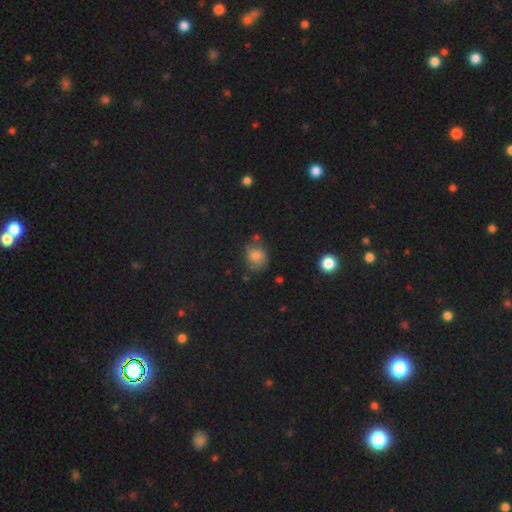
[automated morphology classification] A smooth galaxy with no disk features (68%) that is round (61%).

Vote fractions:
- Smooth or featured? smooth: 68% / star or artifact: 17% / featured or disk: 15%
- How rounded? round: 61% / in between: 38% / cigar-shaped: 1%
- Merging? none: 65% / minor disturbance: 23% / major disturbance: 7% / merger: 5%